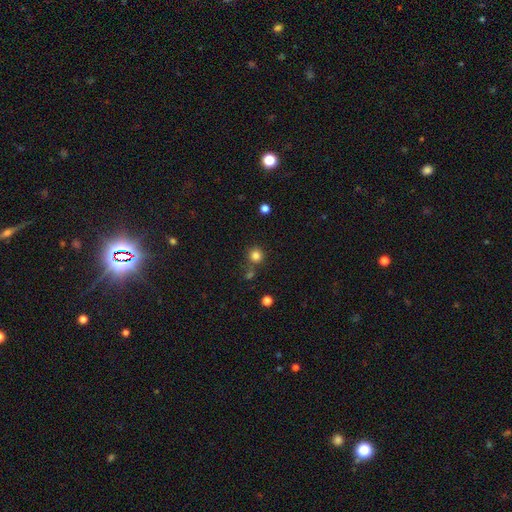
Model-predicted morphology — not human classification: This appears to be a smooth galaxy with no disk features (82%) that is round (93%). Merging: none (76%).